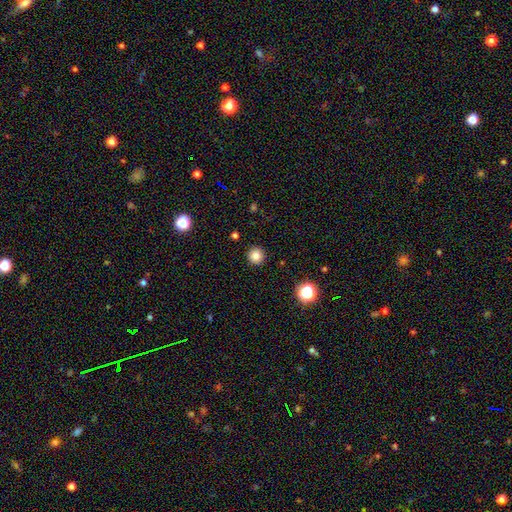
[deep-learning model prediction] Smooth or featured?
  - smooth: 82% *
  - star or artifact: 13%
  - featured or disk: 5%
How rounded?
  - round: 95% *
  - in between: 4%
  - cigar-shaped: 1%
Merging?
  - none: 93% *
  - minor disturbance: 5%
  - major disturbance: 2%
  - merger: 1%